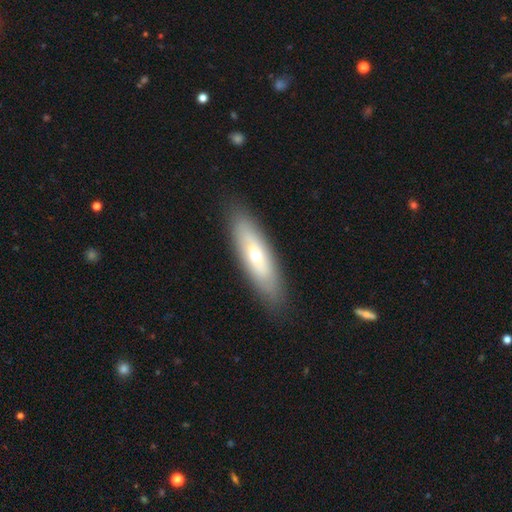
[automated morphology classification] Smooth or featured? smooth (53%)
How rounded? cigar-shaped (51%)
Merging? none (87%)